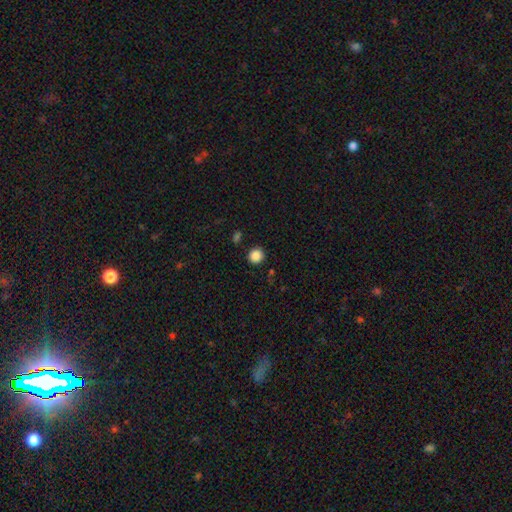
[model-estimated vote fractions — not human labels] This appears to be a smooth galaxy with no disk features (87%) that is round (93%). Merging: none (89%).